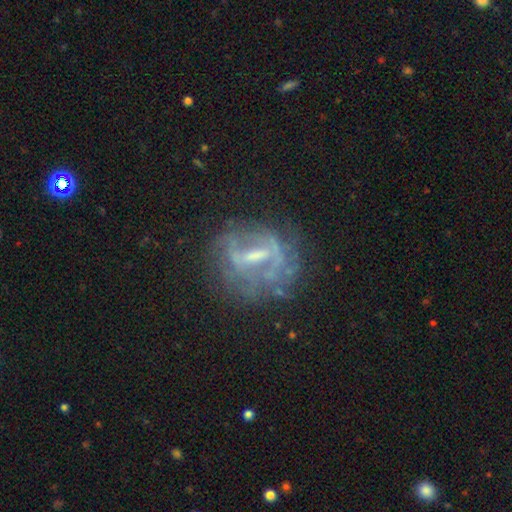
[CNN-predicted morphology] A featured or disk galaxy (73%) with a strong bar (43%), spiral arms (51%) and a small central bulge (38%).

Vote fractions:
- Smooth or featured? featured or disk: 73% / smooth: 14% / star or artifact: 12%
- Edge-on disk? no: 94% / yes: 6%
- Bar? strong: 43% / weak: 39% / no: 18%
- Spiral arms? yes: 51% / no: 49%
- Bulge size? small: 38% / moderate: 36% / none: 21% / large: 4% / dominant: 1%
- Merging? none: 61% / minor disturbance: 18% / major disturbance: 17% / merger: 3%